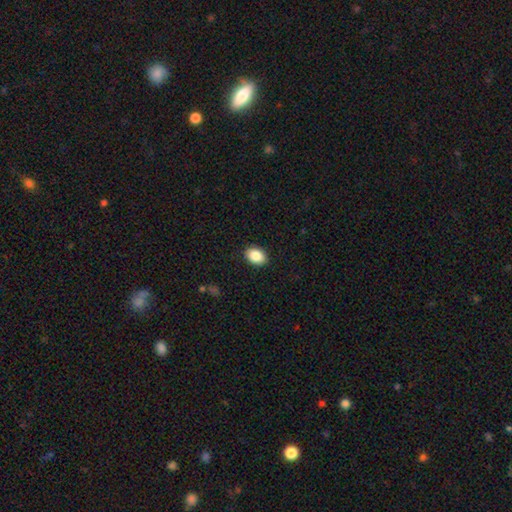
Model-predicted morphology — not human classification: The model was most divided on "how rounded": in between: 77%, round: 22%, cigar-shaped: 1%. More confident: merging — none (90%); smooth or featured — smooth (87%).